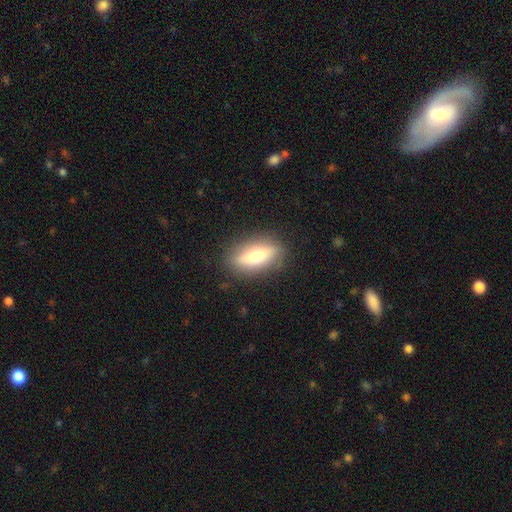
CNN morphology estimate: smooth_or_featured: smooth (p=0.63) [alt: featured or disk p=0.30]
how_rounded: in between (p=0.68) [alt: cigar-shaped p=0.28]
merging: none (p=0.85) [alt: minor disturbance p=0.11]